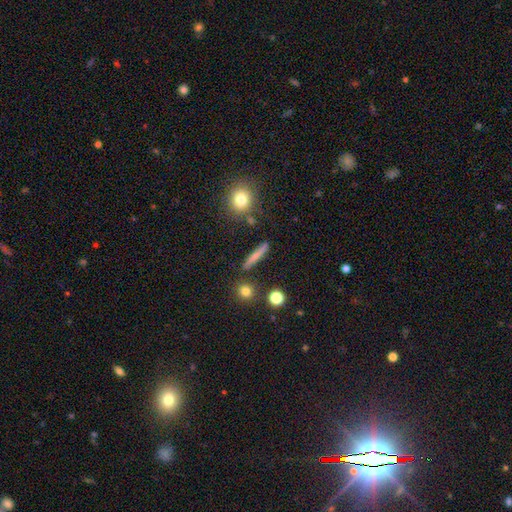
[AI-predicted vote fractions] Morphology: type=smooth (62%); roundness=cigar-shaped (85%); merging=none (84%).